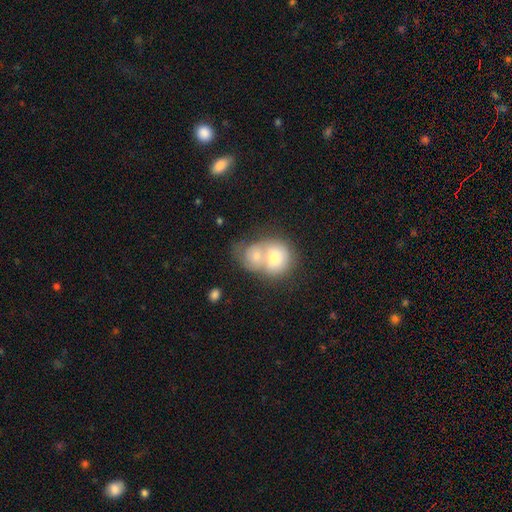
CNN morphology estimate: A smooth galaxy with no disk features (68%) that is round (65%).

Vote fractions:
- Smooth or featured? smooth: 68% / featured or disk: 25% / star or artifact: 7%
- How rounded? round: 65% / in between: 33% / cigar-shaped: 1%
- Merging? merger: 77% / none: 13% / minor disturbance: 6% / major disturbance: 4%